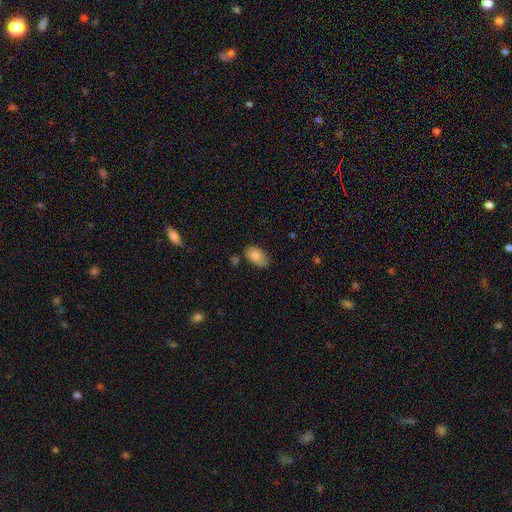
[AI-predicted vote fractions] Smooth or featured? smooth (78%)
How rounded? in between (91%)
Merging? none (65%)